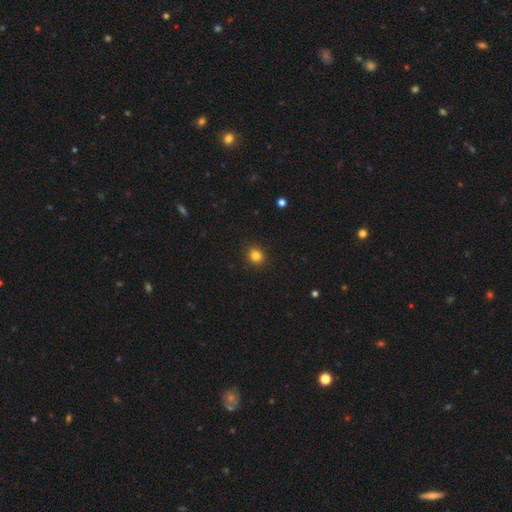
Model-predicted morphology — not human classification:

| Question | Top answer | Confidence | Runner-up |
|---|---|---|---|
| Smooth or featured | smooth | 84% | star or artifact (12%) |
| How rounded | round | 76% | in between (23%) |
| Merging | none | 90% | minor disturbance (7%) |